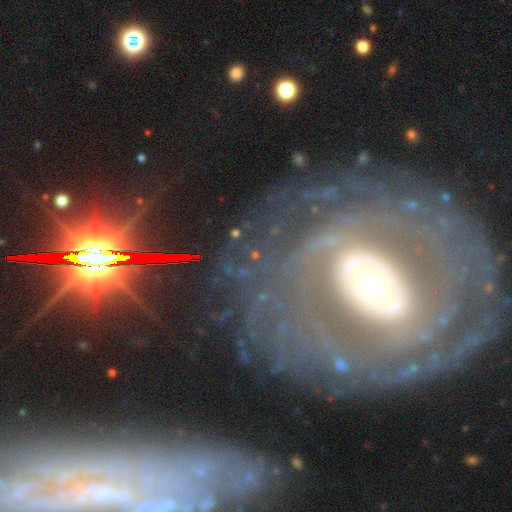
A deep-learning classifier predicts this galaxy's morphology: smooth-or-featured: featured or disk: 50% | star or artifact: 36% | smooth: 14%
  merging: none: 69% | minor disturbance: 14% | major disturbance: 12% | merger: 5%